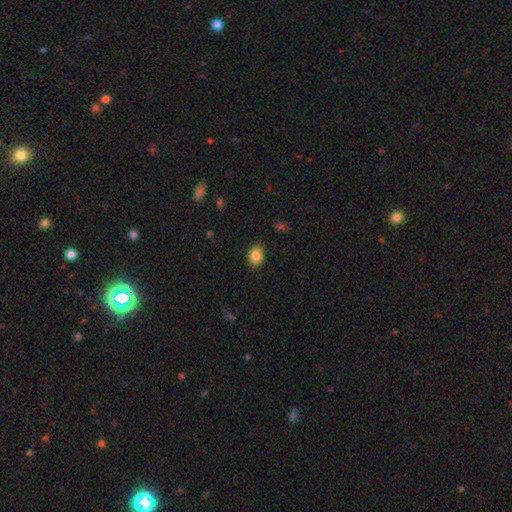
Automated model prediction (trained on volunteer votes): The model was most divided on "how rounded": in between: 67%, round: 32%, cigar-shaped: 1%. More confident: smooth or featured — smooth (84%); merging — none (82%).